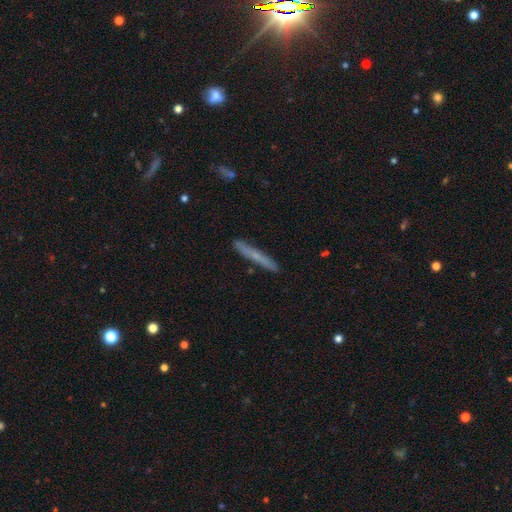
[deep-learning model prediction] A smooth galaxy with no disk features (52%) that is cigar-shaped (96%).

Vote fractions:
- Smooth or featured? smooth: 52% / featured or disk: 41% / star or artifact: 7%
- How rounded? cigar-shaped: 96% / in between: 3% / round: 2%
- Merging? none: 87% / minor disturbance: 10% / major disturbance: 2% / merger: 2%